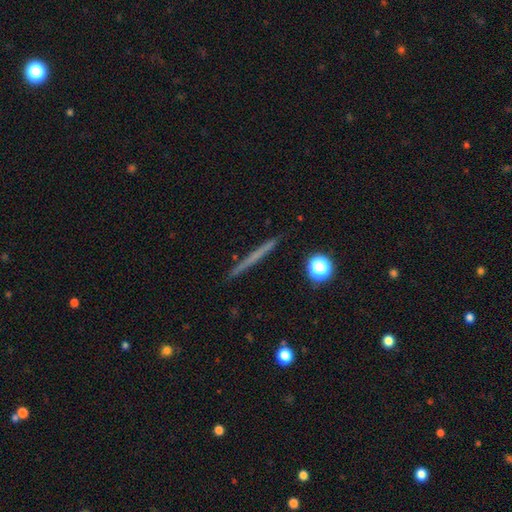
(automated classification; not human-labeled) A smooth galaxy with no disk features (48%). Merging: none (92%).